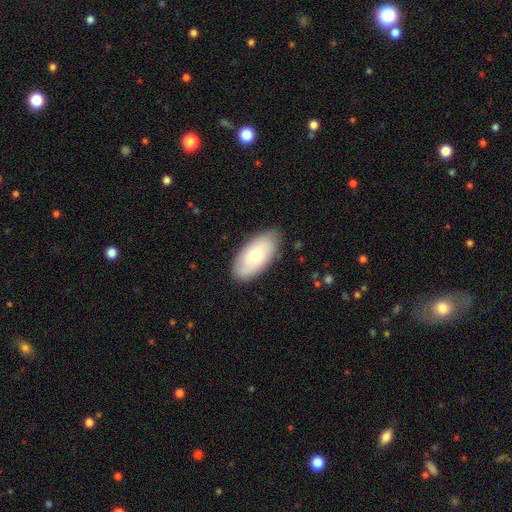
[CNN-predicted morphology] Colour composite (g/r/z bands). It shows a smooth galaxy with no disk features (63%) that is in between round and cigar-shaped (93%). Merging: none (84%).